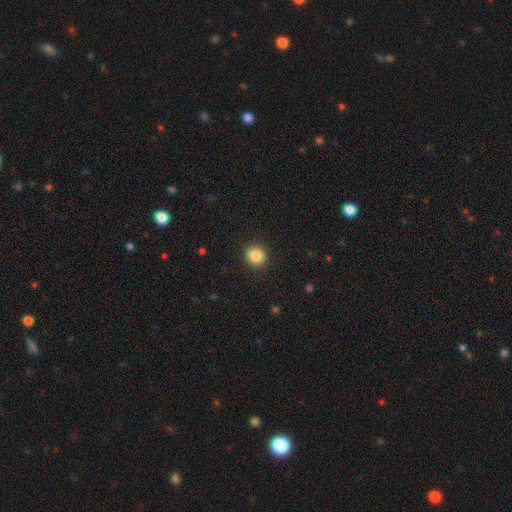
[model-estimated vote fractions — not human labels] Q: Smooth or featured?
A: smooth (86%); runner-up: star or artifact (10%)
Q: How rounded?
A: round (92%); runner-up: in between (8%)
Q: Merging?
A: none (91%); runner-up: minor disturbance (6%)